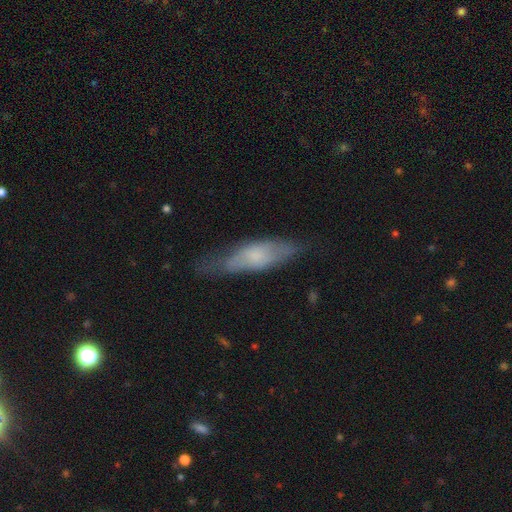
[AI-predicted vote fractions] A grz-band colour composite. It shows a smooth galaxy with no disk features (55%) that is cigar-shaped (56%). Merging: none (59%).